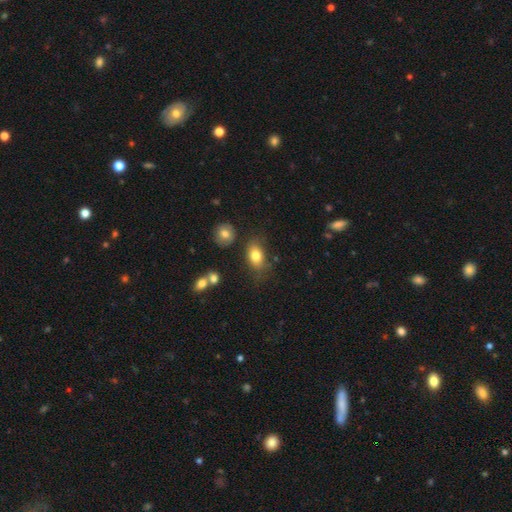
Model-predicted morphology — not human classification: A smooth galaxy with no disk features (80%) that is in between round and cigar-shaped (81%).

Vote fractions:
- Smooth or featured? smooth: 80% / featured or disk: 11% / star or artifact: 9%
- How rounded? in between: 81% / round: 17% / cigar-shaped: 2%
- Merging? none: 65% / minor disturbance: 22% / major disturbance: 8% / merger: 5%